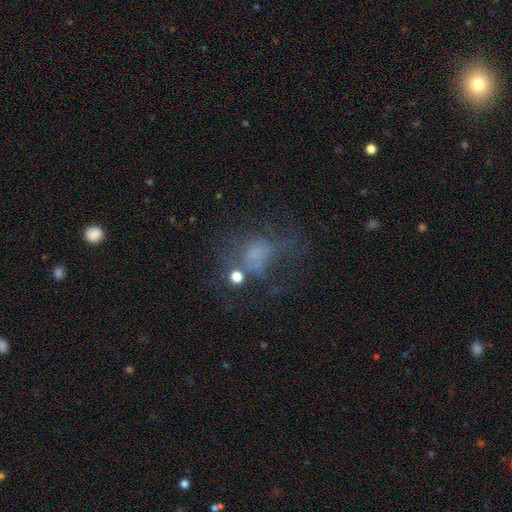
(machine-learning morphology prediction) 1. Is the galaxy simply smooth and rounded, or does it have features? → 39% smooth, 36% featured or disk, 25% star or artifact.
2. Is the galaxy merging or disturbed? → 37% major disturbance, 36% none, 17% minor disturbance, 9% merger.